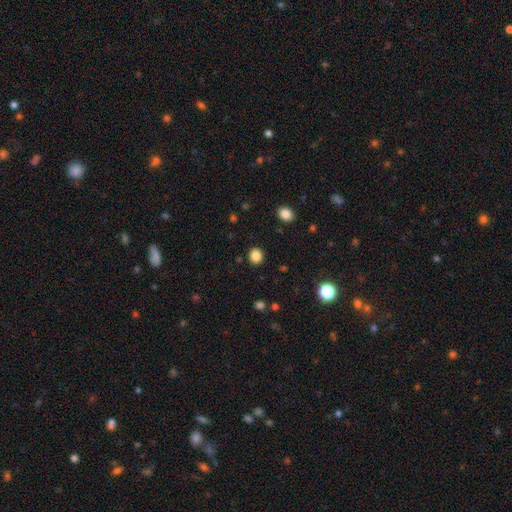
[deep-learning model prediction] Morphology: type=smooth (86%); roundness=round (79%); merging=none (91%).